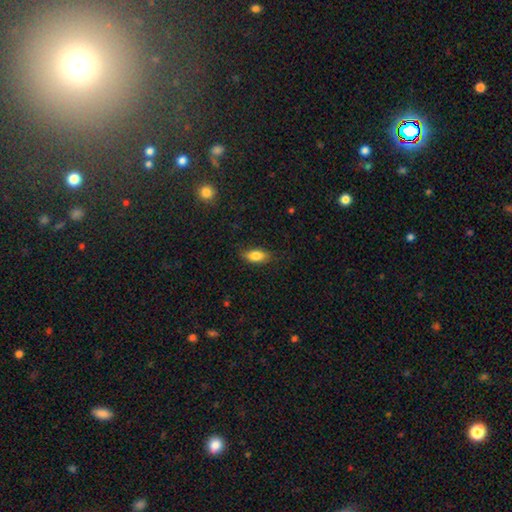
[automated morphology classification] The model was most divided on "merging": none: 81%, minor disturbance: 15%, major disturbance: 3%, merger: 1%. More confident: how rounded — in between (84%); smooth or featured — smooth (83%).